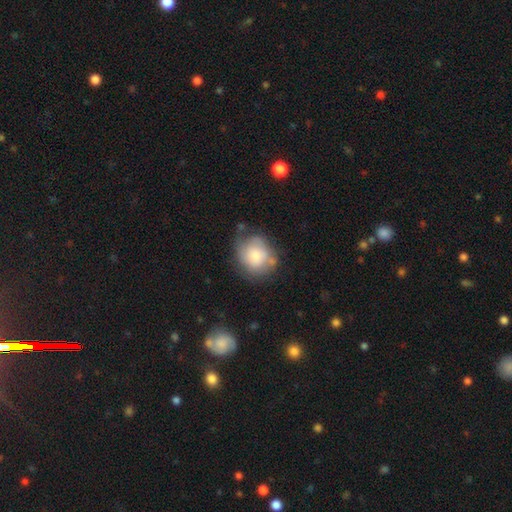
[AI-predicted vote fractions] Morphology: type=smooth (73%); roundness=round (72%); merging=none (55%).